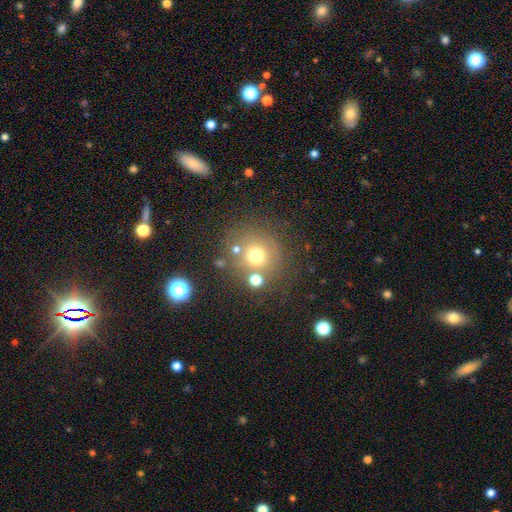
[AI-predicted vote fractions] Smooth or featured: smooth — 67% (star or artifact — 19%)
How rounded: round — 90% (in between — 9%)
Merging: none — 71% (merger — 12%)